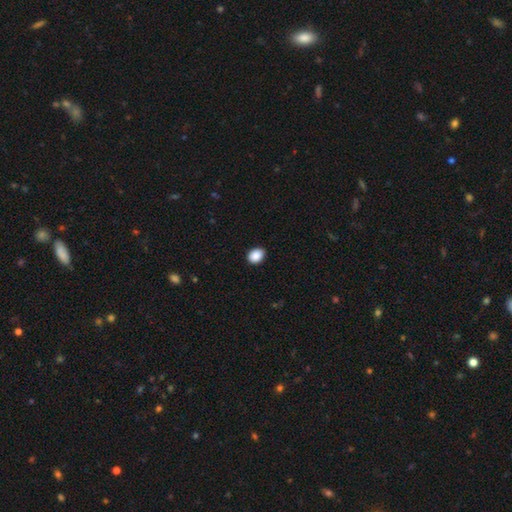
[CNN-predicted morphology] Q: Smooth or featured?
A: smooth (89%); runner-up: star or artifact (8%)
Q: How rounded?
A: in between (60%); runner-up: round (39%)
Q: Merging?
A: none (89%); runner-up: minor disturbance (8%)